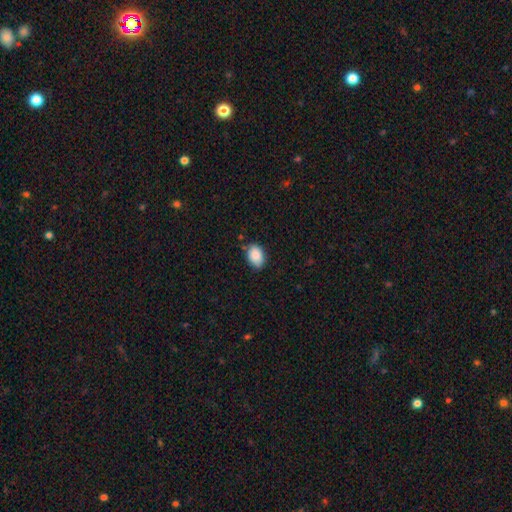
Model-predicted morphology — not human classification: This is clearly a smooth galaxy (89%). How rounded: clearly in between (83%). Merging: likely none (78%).